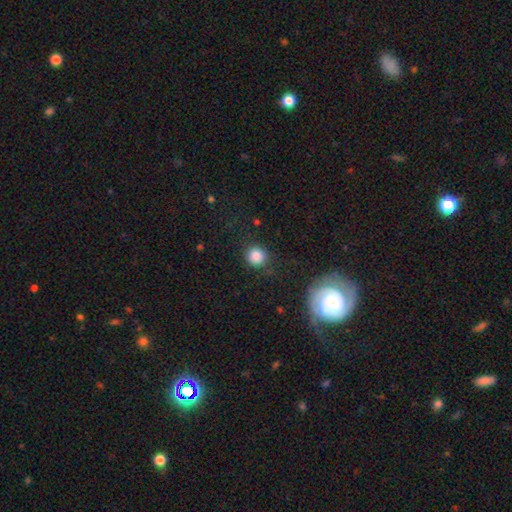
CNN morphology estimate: smooth-or-featured: smooth: 85% | star or artifact: 11% | featured or disk: 5%
  how-rounded: round: 91% | in between: 8% | cigar-shaped: 1%
  merging: none: 87% | minor disturbance: 8% | major disturbance: 3% | merger: 2%